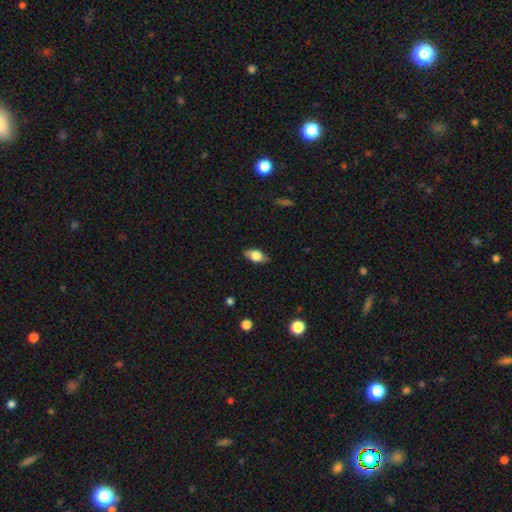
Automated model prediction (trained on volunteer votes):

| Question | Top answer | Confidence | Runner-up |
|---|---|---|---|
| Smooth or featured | smooth | 66% | featured or disk (26%) |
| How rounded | in between | 85% | cigar-shaped (9%) |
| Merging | none | 84% | minor disturbance (12%) |